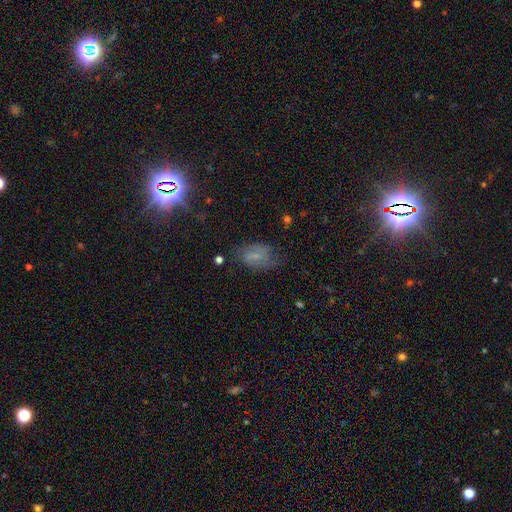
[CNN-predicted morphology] type=smooth (52%); roundness=in between (87%); merging=none (60%).